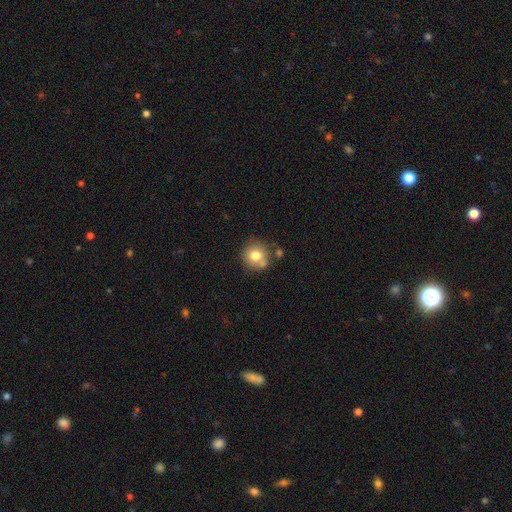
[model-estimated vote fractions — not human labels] Morphology: type=smooth (76%); roundness=round (87%); merging=none (64%).